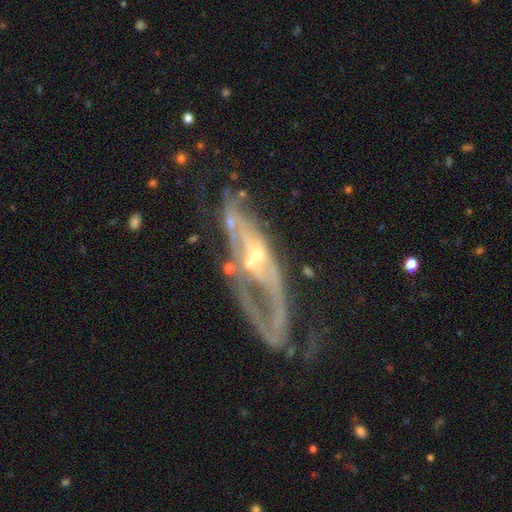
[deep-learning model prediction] The model was most divided on "merging": none: 40%, major disturbance: 34%, minor disturbance: 19%, merger: 8%. Remaining: smooth or featured — featured or disk (83%); edge-on disk — no (82%); spiral arms — yes (80%); bulge size — small (61%); bar — no (57%); spiral winding — medium (40%); spiral arm count — 2 (36%).